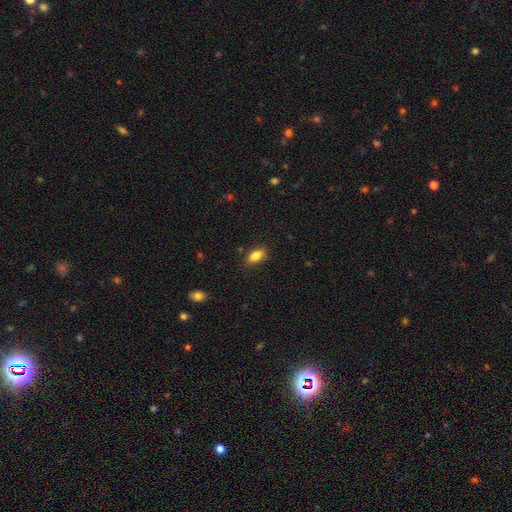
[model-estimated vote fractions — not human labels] Smooth or featured? Predicted: smooth (p=0.84). How rounded? Predicted: in between (p=0.88). Merging? Predicted: none (p=0.84).